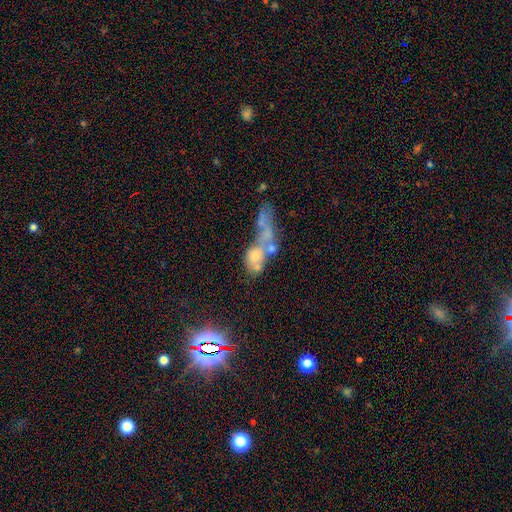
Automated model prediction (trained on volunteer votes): smooth_or_featured: featured or disk (p=0.42) [alt: smooth p=0.37]
merging: merger (p=0.53) [alt: none p=0.19]